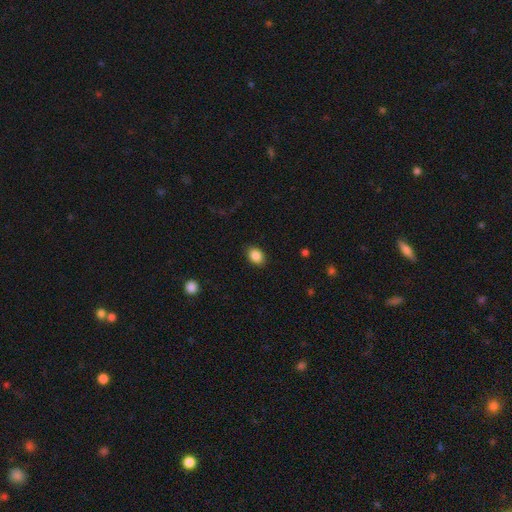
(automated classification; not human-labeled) Morphology: type=smooth (87%); roundness=in between (71%); merging=none (88%).